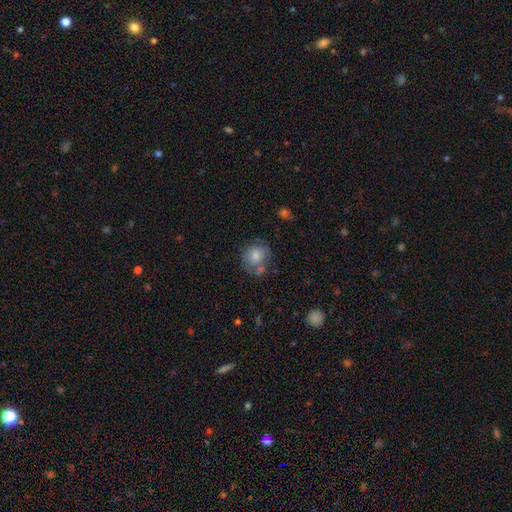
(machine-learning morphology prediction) Smooth or featured? smooth (74%)
How rounded? round (75%)
Merging? none (52%)